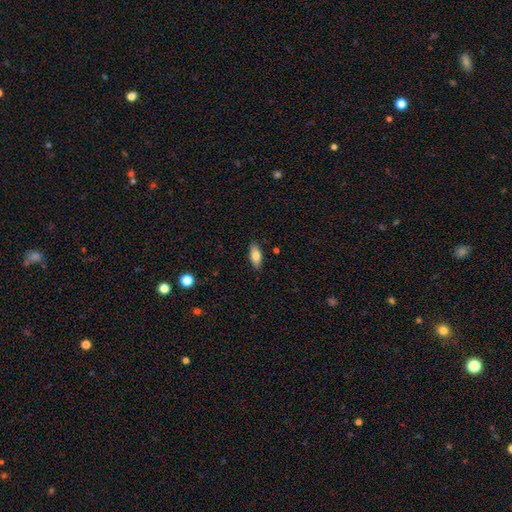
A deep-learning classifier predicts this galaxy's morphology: smooth 79%, featured or disk 15%, star or artifact 7%. Down the decision tree: how rounded — in between (83%); merging — none (86%).